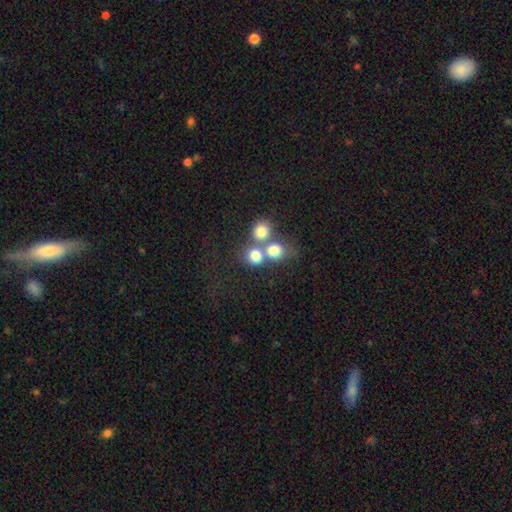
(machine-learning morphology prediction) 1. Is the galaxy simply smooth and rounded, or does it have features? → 76% smooth, 13% star or artifact, 11% featured or disk.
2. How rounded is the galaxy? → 81% round, 18% in between, 1% cigar-shaped.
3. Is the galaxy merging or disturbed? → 48% merger, 41% none, 7% minor disturbance, 4% major disturbance.